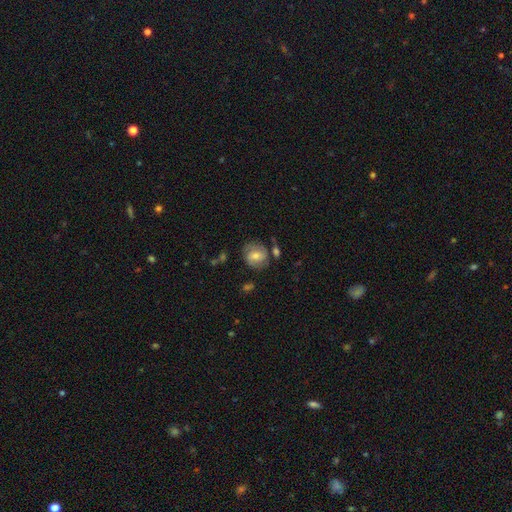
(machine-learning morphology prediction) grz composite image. It shows a featured or disk galaxy (52%) with no bar (47%), spiral arms (81%) and a moderate central bulge (57%). Merging: none (64%).